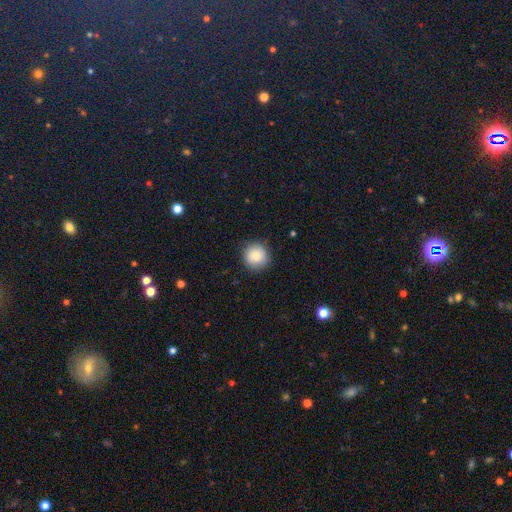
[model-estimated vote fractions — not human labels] Smooth or featured?
  - smooth: 83% *
  - star or artifact: 9%
  - featured or disk: 8%
How rounded?
  - round: 94% *
  - in between: 5%
  - cigar-shaped: 1%
Merging?
  - none: 87% *
  - minor disturbance: 9%
  - major disturbance: 2%
  - merger: 1%